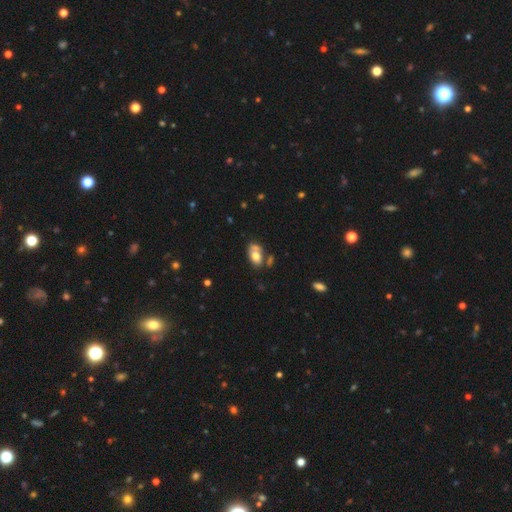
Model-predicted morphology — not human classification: smooth 70%, featured or disk 22%, star or artifact 8%. Down the decision tree: how rounded — in between (89%); merging — none (38%).